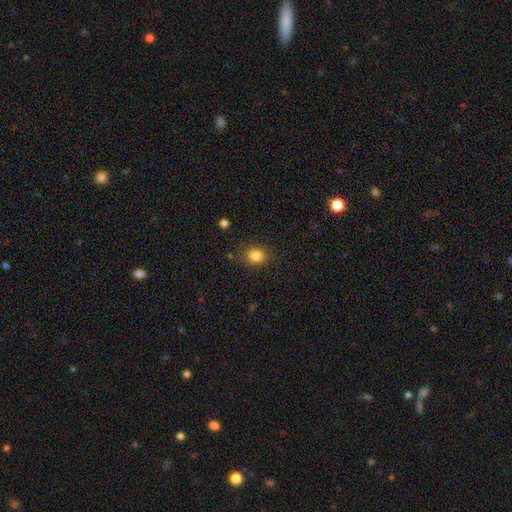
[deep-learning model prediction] smooth_or_featured: smooth (p=0.83) [alt: star or artifact p=0.11]
how_rounded: round (p=0.62) [alt: in between p=0.37]
merging: none (p=0.86) [alt: minor disturbance p=0.10]